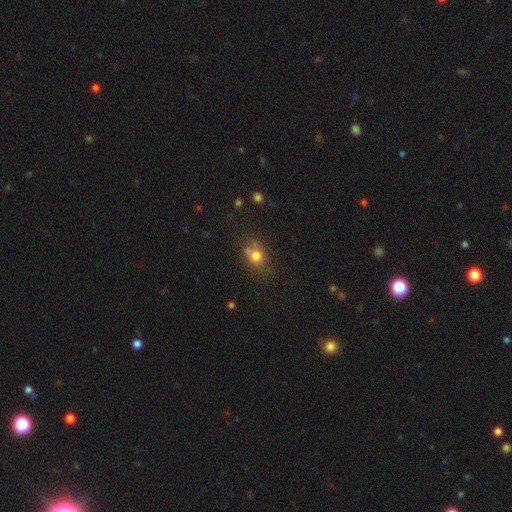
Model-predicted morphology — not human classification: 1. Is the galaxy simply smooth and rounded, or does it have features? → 74% smooth, 14% star or artifact, 12% featured or disk.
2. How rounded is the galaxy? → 63% round, 36% in between, 1% cigar-shaped.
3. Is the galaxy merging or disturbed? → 54% none, 20% merger, 18% minor disturbance, 7% major disturbance.